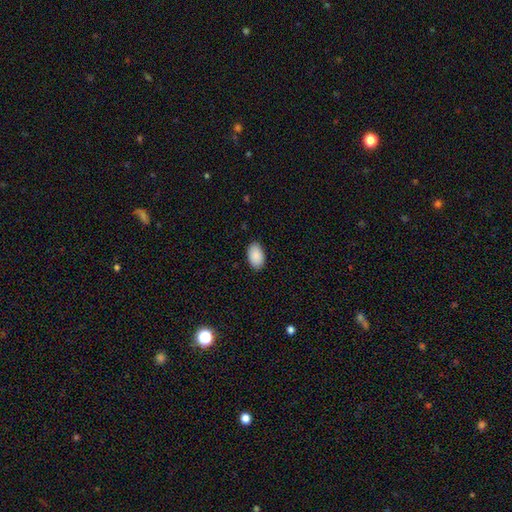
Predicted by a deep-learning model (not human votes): Overall: smooth (91%). How rounded: in between (94%). Merging: none (88%).